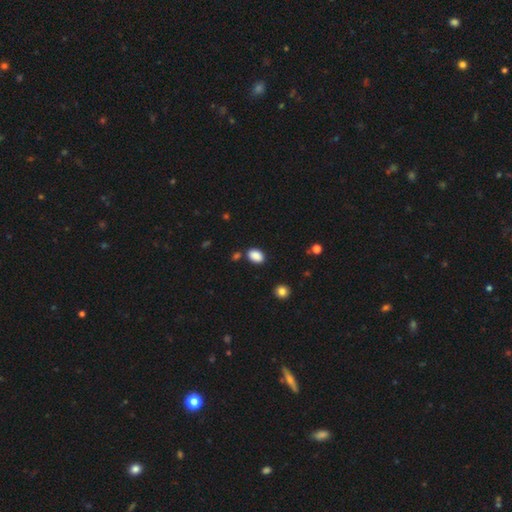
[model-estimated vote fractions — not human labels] Morphology: type=smooth (88%); roundness=in between (84%); merging=none (81%).